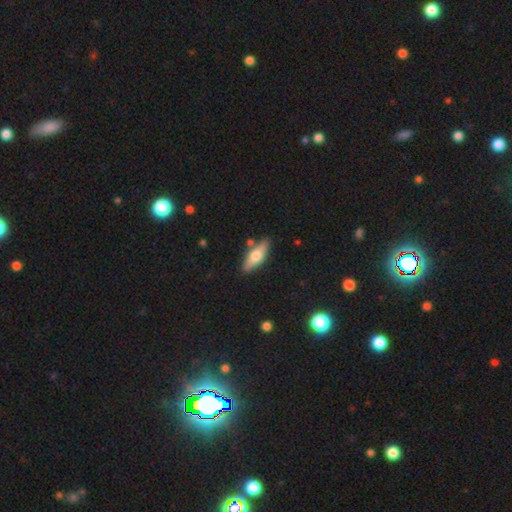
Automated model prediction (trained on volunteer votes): A smooth galaxy with no disk features (58%) that is in between round and cigar-shaped (55%).

Vote fractions:
- Smooth or featured? smooth: 58% / featured or disk: 36% / star or artifact: 6%
- How rounded? in between: 55% / cigar-shaped: 43% / round: 3%
- Merging? none: 82% / minor disturbance: 11% / merger: 5% / major disturbance: 2%